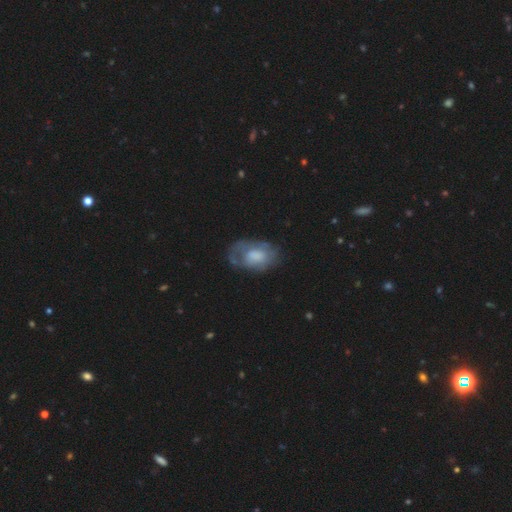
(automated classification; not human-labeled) smooth 51%, featured or disk 42%, star or artifact 7%. Down the decision tree: how rounded — in between (86%); merging — none (53%).